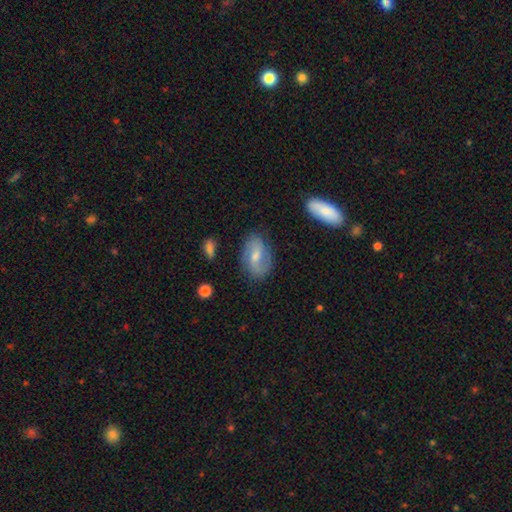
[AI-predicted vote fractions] smooth_or_featured: featured or disk (p=0.59) [alt: smooth p=0.33]
disk_edge_on: no (p=0.94) [alt: yes p=0.06]
bar: weak (p=0.47) [alt: no p=0.33]
has_spiral_arms: yes (p=0.82) [alt: no p=0.18]
bulge_size: moderate (p=0.49) [alt: small p=0.45]
merging: none (p=0.78) [alt: minor disturbance p=0.15]